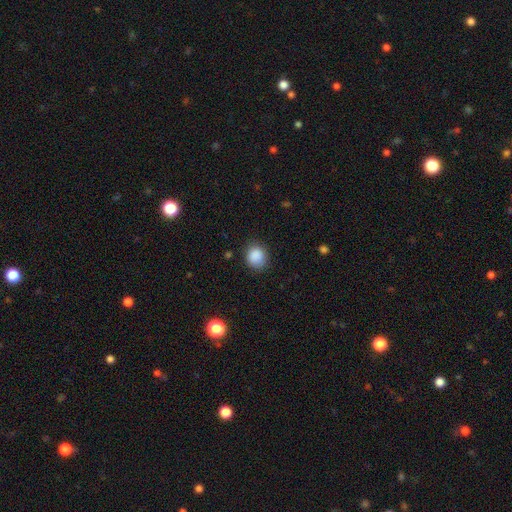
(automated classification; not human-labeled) smooth_or_featured: smooth (p=0.87) [alt: star or artifact p=0.09]
how_rounded: round (p=0.73) [alt: in between p=0.26]
merging: none (p=0.78) [alt: minor disturbance p=0.16]